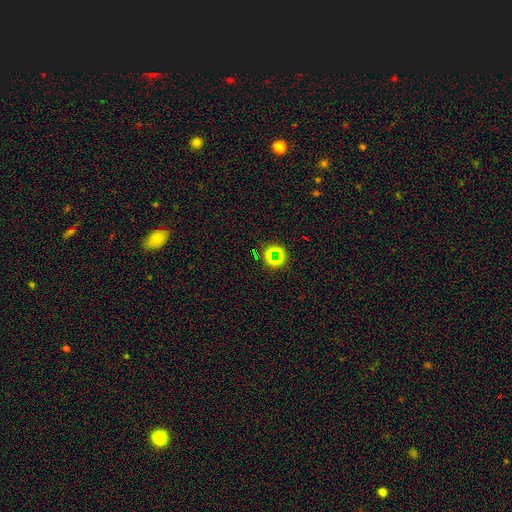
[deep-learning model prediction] This appears to be a star or artifact, not a galaxy (67%).